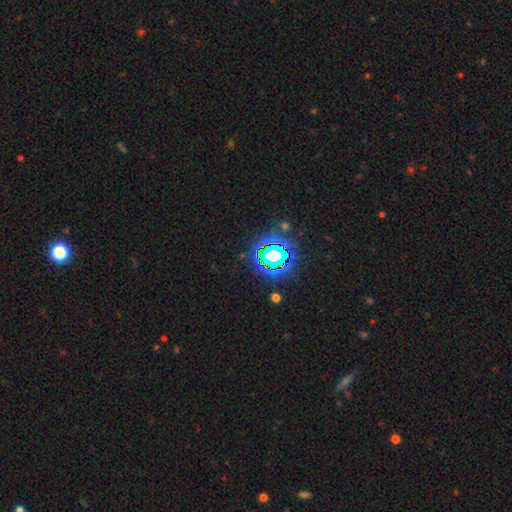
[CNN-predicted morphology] Overall: star or artifact (82%).